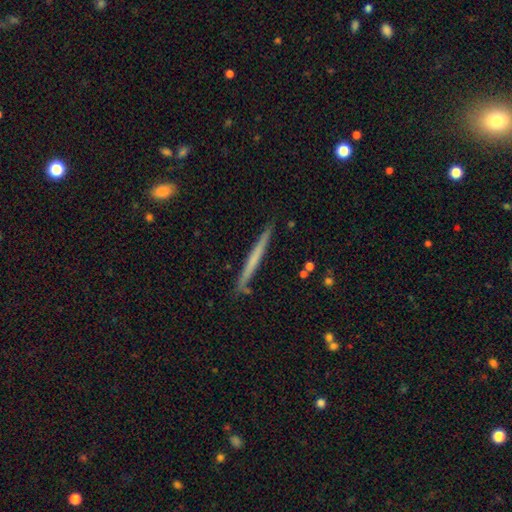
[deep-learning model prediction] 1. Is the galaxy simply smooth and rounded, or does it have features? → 48% smooth, 46% featured or disk, 5% star or artifact.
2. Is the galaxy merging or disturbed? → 89% none, 9% minor disturbance, 1% major disturbance, 1% merger.